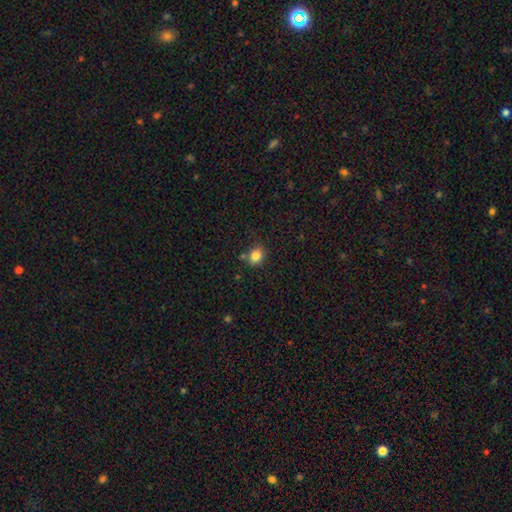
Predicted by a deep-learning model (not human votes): This is clearly a smooth galaxy (83%). How rounded: possibly round (56%). Merging: likely none (75%).